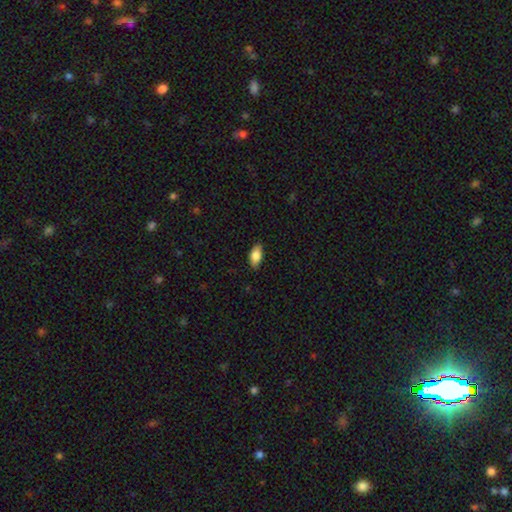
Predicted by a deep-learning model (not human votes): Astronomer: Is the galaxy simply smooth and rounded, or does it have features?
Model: smooth — 84%.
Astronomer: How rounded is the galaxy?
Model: in between — 89%.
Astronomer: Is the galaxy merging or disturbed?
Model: none — 86%.